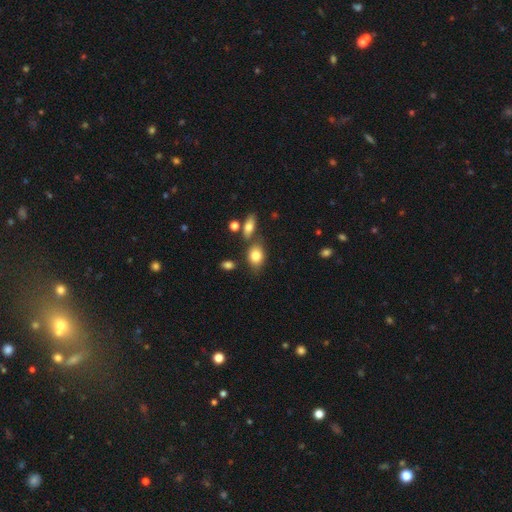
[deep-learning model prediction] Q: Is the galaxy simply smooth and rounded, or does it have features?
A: smooth — 80%.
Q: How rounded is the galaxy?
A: in between — 72%.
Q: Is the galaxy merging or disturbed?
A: none — 64%.